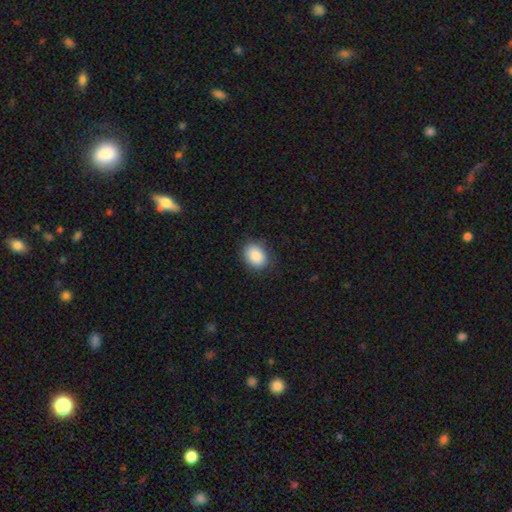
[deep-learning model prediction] smooth 89%, star or artifact 7%, featured or disk 4%. Down the decision tree: how rounded — in between (65%); merging — none (84%).